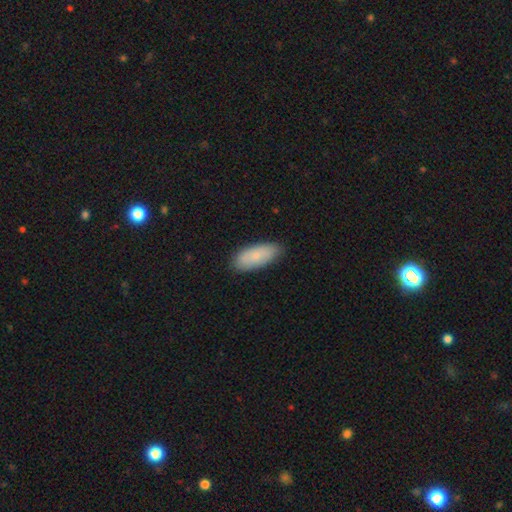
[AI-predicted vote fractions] The model was most divided on "smooth or featured": smooth: 81%, featured or disk: 13%, star or artifact: 6%. More confident: how rounded — in between (84%); merging — none (84%).